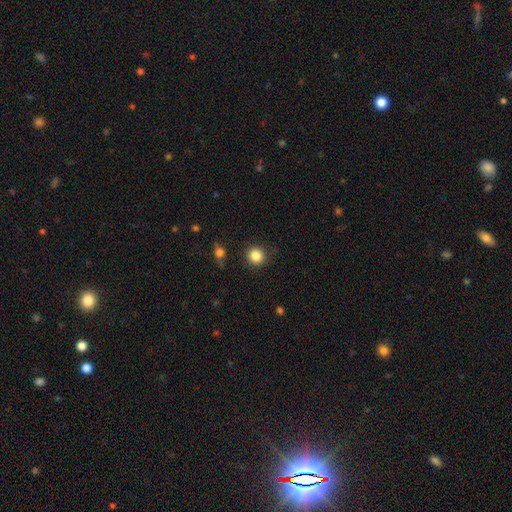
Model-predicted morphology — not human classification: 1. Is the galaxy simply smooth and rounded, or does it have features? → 85% smooth, 11% star or artifact, 4% featured or disk.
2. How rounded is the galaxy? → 92% round, 7% in between, 1% cigar-shaped.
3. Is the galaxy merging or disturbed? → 90% none, 7% minor disturbance, 2% major disturbance, 2% merger.